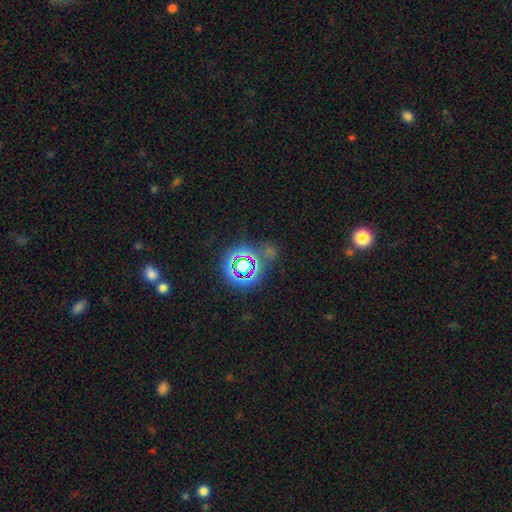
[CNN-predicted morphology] Smooth or featured? Predicted: star or artifact (p=0.50).